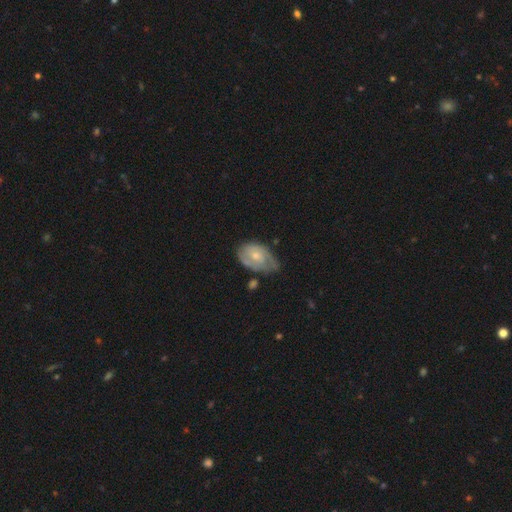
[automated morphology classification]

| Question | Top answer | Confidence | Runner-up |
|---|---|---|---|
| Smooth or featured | featured or disk | 60% | smooth (34%) |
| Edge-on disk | no | 96% | yes (4%) |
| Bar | no | 74% | weak (23%) |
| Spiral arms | yes | 74% | no (26%) |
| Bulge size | moderate | 47% | small (46%) |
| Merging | none | 45% | minor disturbance (37%) |